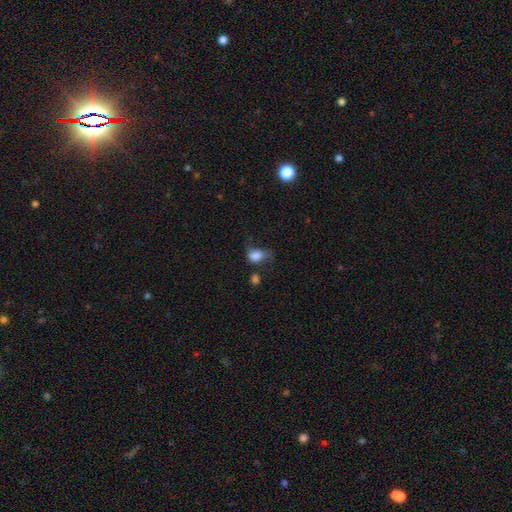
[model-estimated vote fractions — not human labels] Smooth or featured? smooth (76%)
How rounded? in between (63%)
Merging? major disturbance (34%)